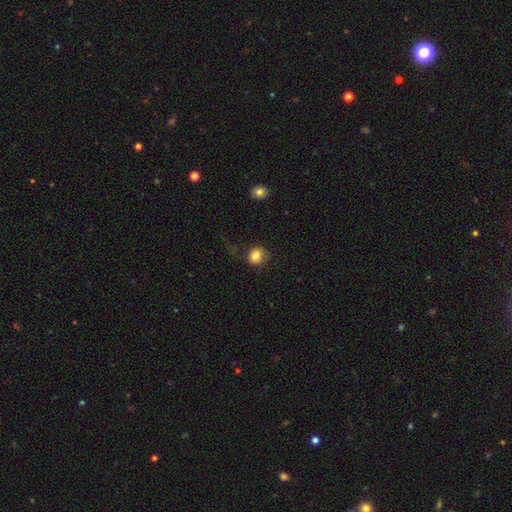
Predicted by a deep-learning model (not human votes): smooth_or_featured: smooth (p=0.82) [alt: star or artifact p=0.11]
how_rounded: round (p=0.74) [alt: in between p=0.25]
merging: none (p=0.74) [alt: minor disturbance p=0.17]